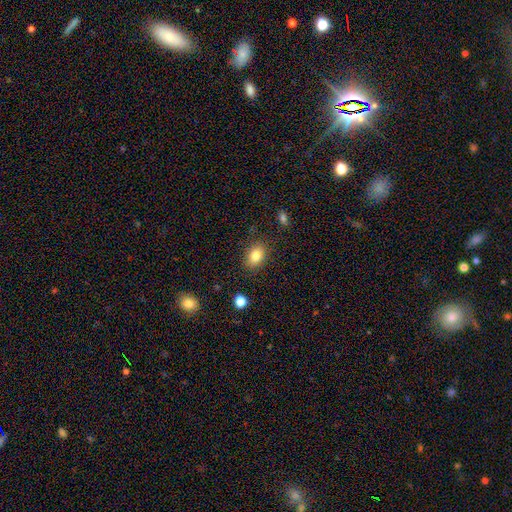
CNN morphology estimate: A smooth galaxy with no disk features (82%) that is in between round and cigar-shaped (71%).

Vote fractions:
- Smooth or featured? smooth: 82% / star or artifact: 10% / featured or disk: 9%
- How rounded? in between: 71% / round: 27% / cigar-shaped: 1%
- Merging? none: 85% / minor disturbance: 11% / major disturbance: 3% / merger: 2%